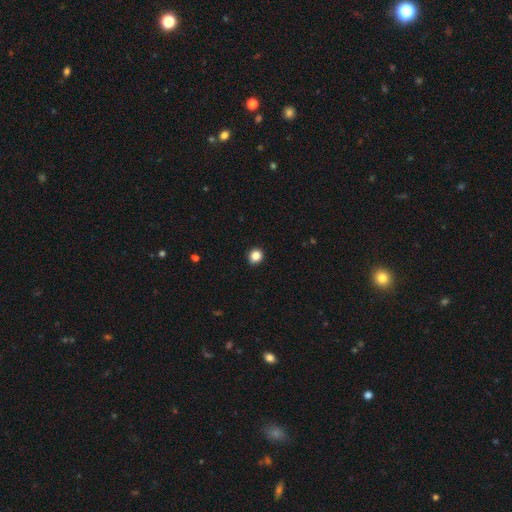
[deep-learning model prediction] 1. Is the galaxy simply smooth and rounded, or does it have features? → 85% smooth, 11% star or artifact, 4% featured or disk.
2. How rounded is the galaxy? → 85% round, 14% in between, 1% cigar-shaped.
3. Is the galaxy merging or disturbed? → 92% none, 6% minor disturbance, 2% major disturbance, 1% merger.